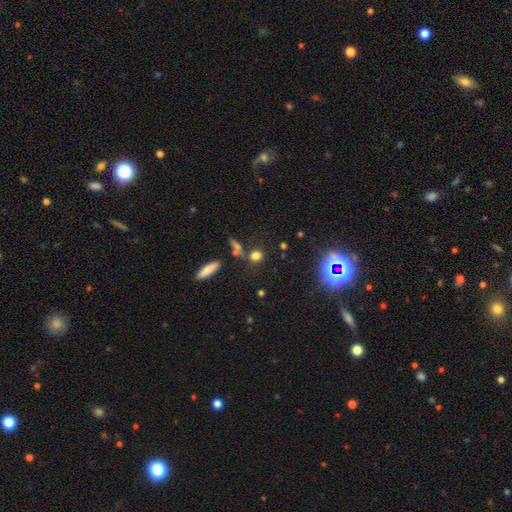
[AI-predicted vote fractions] smooth-or-featured: smooth: 71% | star or artifact: 21% | featured or disk: 9%
  how-rounded: round: 69% | in between: 25% | cigar-shaped: 6%
  merging: none: 71% | merger: 13% | minor disturbance: 11% | major disturbance: 5%